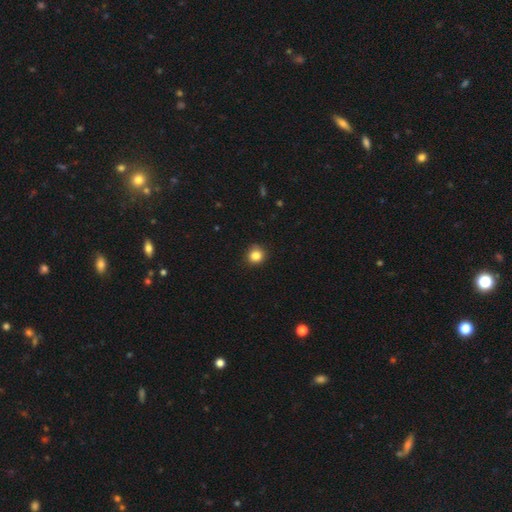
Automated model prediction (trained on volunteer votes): smooth_or_featured: smooth (p=0.84) [alt: star or artifact p=0.11]
how_rounded: round (p=0.90) [alt: in between p=0.09]
merging: none (p=0.88) [alt: minor disturbance p=0.10]